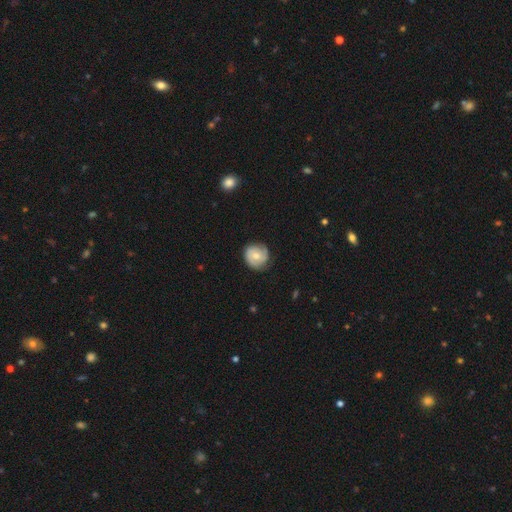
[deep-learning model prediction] smooth_or_featured: featured or disk (p=0.56) [alt: smooth p=0.37]
disk_edge_on: no (p=0.97) [alt: yes p=0.03]
bar: no (p=0.65) [alt: weak p=0.30]
has_spiral_arms: yes (p=0.84) [alt: no p=0.16]
bulge_size: moderate (p=0.61) [alt: small p=0.34]
merging: none (p=0.77) [alt: minor disturbance p=0.18]